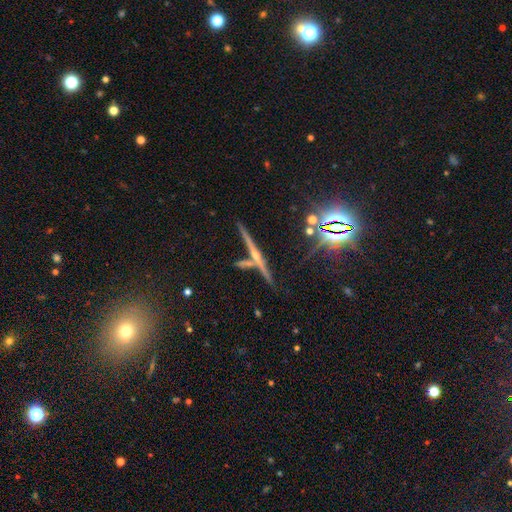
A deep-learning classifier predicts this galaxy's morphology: featured or disk 64%, star or artifact 23%, smooth 14%. Down the decision tree: edge-on disk — yes (96%); edge-on bulge — rounded (70%); merging — none (75%).